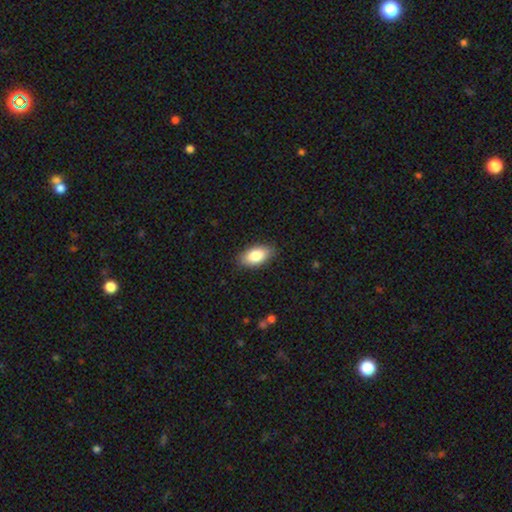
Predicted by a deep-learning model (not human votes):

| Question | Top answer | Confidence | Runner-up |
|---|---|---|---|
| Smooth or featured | smooth | 84% | featured or disk (9%) |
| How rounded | in between | 93% | cigar-shaped (4%) |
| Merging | none | 88% | minor disturbance (9%) |